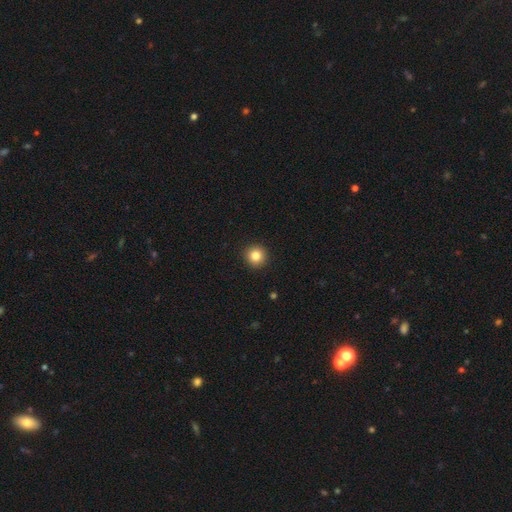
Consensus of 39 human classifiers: smooth-or-featured: smooth: 87% | featured or disk: 8% | star or artifact: 5%
  how-rounded: round: 97% | in between: 3% | cigar-shaped: 0%
  merging: none: 100% | minor disturbance: 0% | major disturbance: 0% | merger: 0%